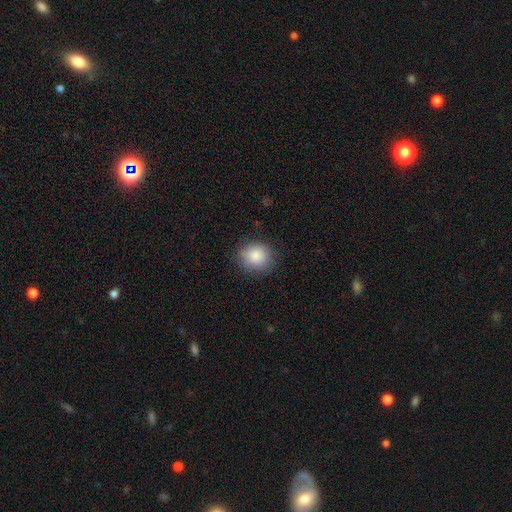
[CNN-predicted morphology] Smooth or featured: smooth — 87% (star or artifact — 8%)
How rounded: round — 75% (in between — 24%)
Merging: none — 83% (minor disturbance — 13%)